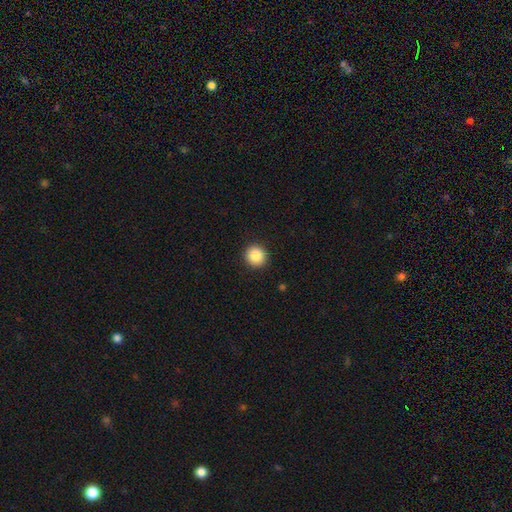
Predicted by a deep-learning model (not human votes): This appears to be a smooth galaxy with no disk features (88%) that is round (93%). Merging: none (92%).